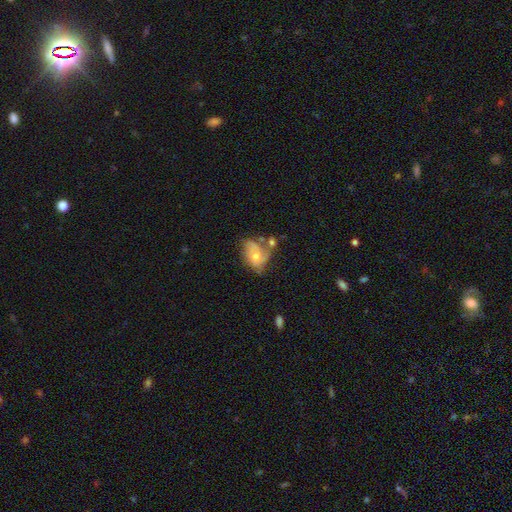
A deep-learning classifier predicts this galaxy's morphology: Smooth or featured?
  - featured or disk: 53% *
  - smooth: 38%
  - star or artifact: 9%
Edge-on disk?
  - no: 96% *
  - yes: 4%
Bar?
  - no: 79% *
  - weak: 17%
  - strong: 3%
Spiral arms?
  - yes: 65% *
  - no: 35%
Bulge size?
  - moderate: 54% *
  - small: 40%
  - large: 3%
  - none: 2%
  - dominant: 1%
Merging?
  - none: 32% *
  - minor disturbance: 27%
  - major disturbance: 21%
  - merger: 20%